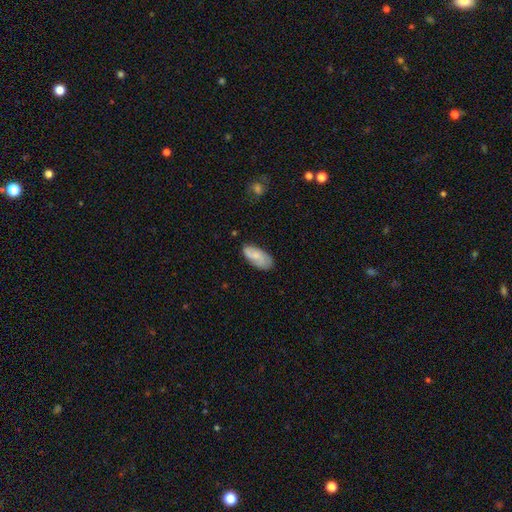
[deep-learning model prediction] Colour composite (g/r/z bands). It shows a smooth galaxy with no disk features (64%) that is in between round and cigar-shaped (88%). Merging: none (75%).